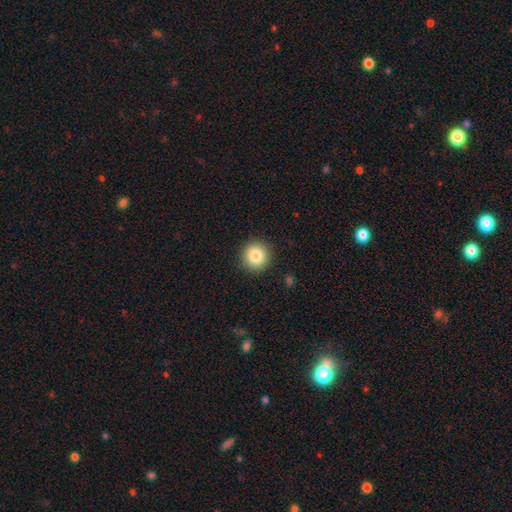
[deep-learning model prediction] A smooth galaxy with no disk features (84%) that is round (93%).

Vote fractions:
- Smooth or featured? smooth: 84% / star or artifact: 9% / featured or disk: 6%
- How rounded? round: 93% / in between: 6% / cigar-shaped: 1%
- Merging? none: 91% / minor disturbance: 6% / major disturbance: 2% / merger: 1%